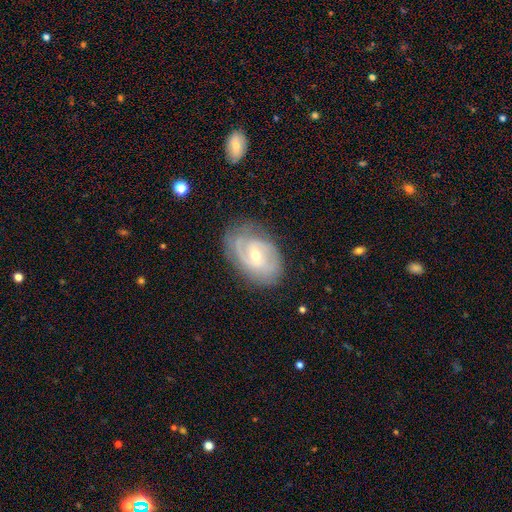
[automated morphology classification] Smooth or featured? Predicted: featured or disk (p=0.81). Edge-on disk? Predicted: no (p=0.96). Bar? Predicted: weak (p=0.45). Spiral arms? Predicted: yes (p=0.91). Spiral winding? Predicted: tight (p=0.53). Spiral arm count? Predicted: 2 (p=0.54). Bulge size? Predicted: moderate (p=0.52). Merging? Predicted: none (p=0.73).